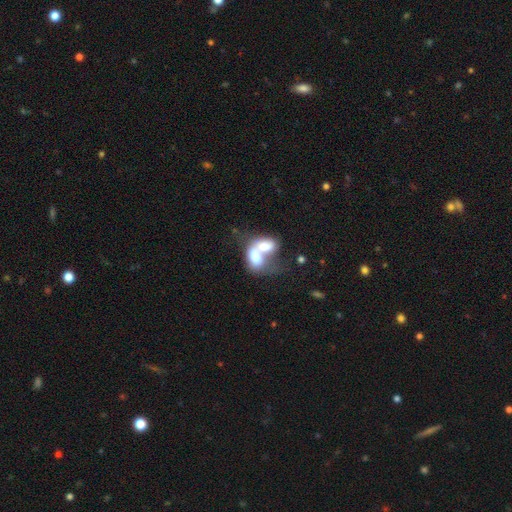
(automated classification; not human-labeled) smooth-or-featured: smooth: 64% | featured or disk: 28% | star or artifact: 8%
  how-rounded: in between: 80% | round: 18% | cigar-shaped: 2%
  merging: merger: 81% | none: 8% | major disturbance: 7% | minor disturbance: 5%